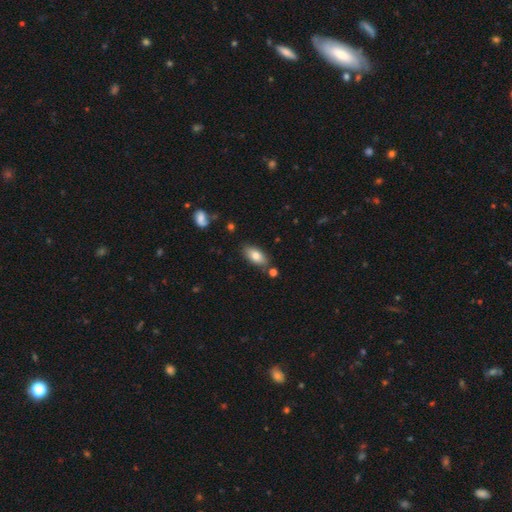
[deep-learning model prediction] Smooth or featured? Predicted: smooth (p=0.78). How rounded? Predicted: in between (p=0.89). Merging? Predicted: none (p=0.79).